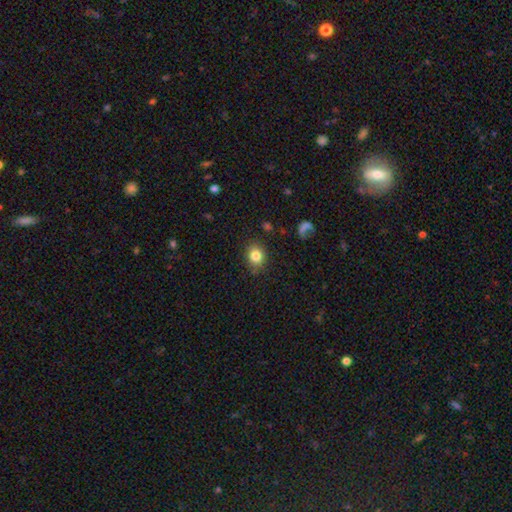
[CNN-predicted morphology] smooth 83%, star or artifact 10%, featured or disk 7%. Down the decision tree: how rounded — round (61%); merging — none (83%).